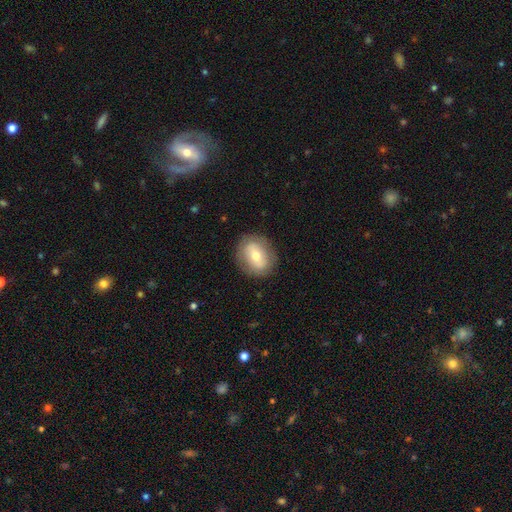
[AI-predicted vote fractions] This is possibly a smooth galaxy (56%). How rounded: possibly round (50%). Merging: clearly none (84%).